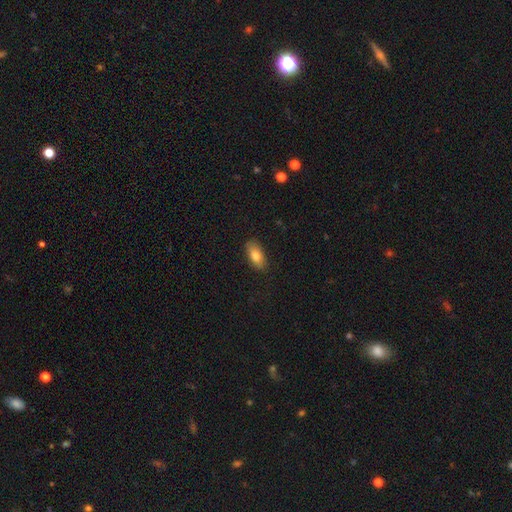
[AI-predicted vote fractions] Smooth or featured?
  - smooth: 81% *
  - featured or disk: 12%
  - star or artifact: 7%
How rounded?
  - in between: 88% *
  - cigar-shaped: 8%
  - round: 4%
Merging?
  - none: 85% *
  - minor disturbance: 12%
  - major disturbance: 2%
  - merger: 1%